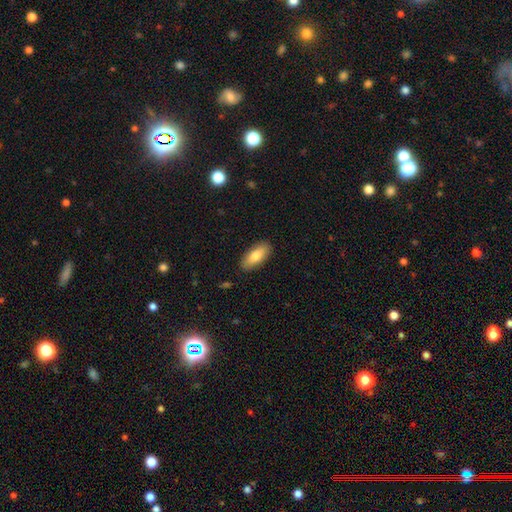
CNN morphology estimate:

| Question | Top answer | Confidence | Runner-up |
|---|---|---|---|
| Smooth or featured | smooth | 77% | featured or disk (17%) |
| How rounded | in between | 80% | cigar-shaped (17%) |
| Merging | none | 88% | minor disturbance (9%) |